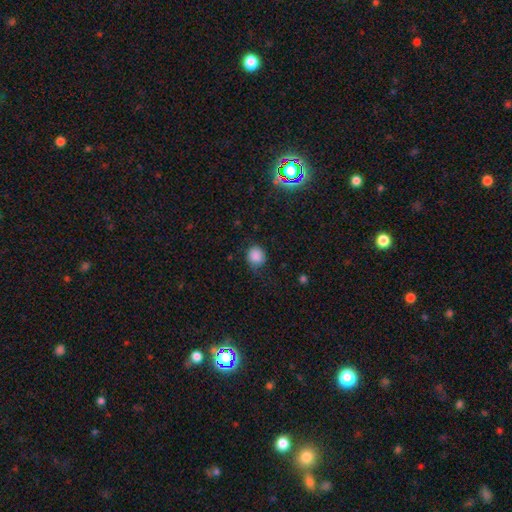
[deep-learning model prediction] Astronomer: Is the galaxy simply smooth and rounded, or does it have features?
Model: smooth — 86%.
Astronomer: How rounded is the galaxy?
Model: round — 83%.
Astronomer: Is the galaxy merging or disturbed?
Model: none — 74%.